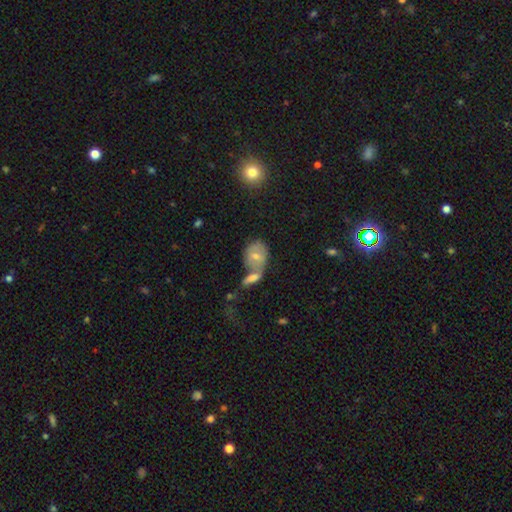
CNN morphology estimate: A smooth galaxy with no disk features (59%) that is in between round and cigar-shaped (68%).

Vote fractions:
- Smooth or featured? smooth: 59% / featured or disk: 32% / star or artifact: 9%
- How rounded? in between: 68% / round: 30% / cigar-shaped: 2%
- Merging? merger: 51% / none: 30% / minor disturbance: 12% / major disturbance: 7%